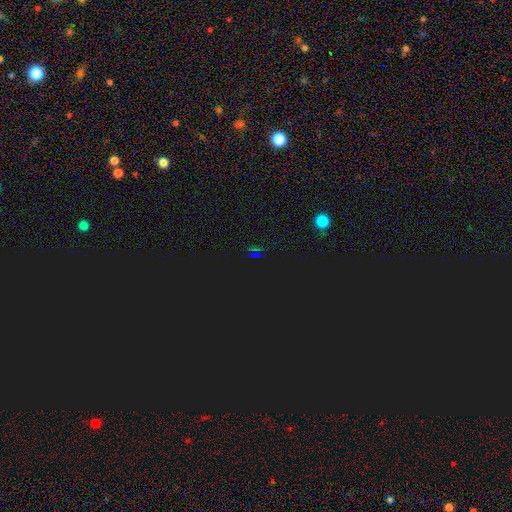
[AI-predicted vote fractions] Morphology: type=star or artifact (75%).